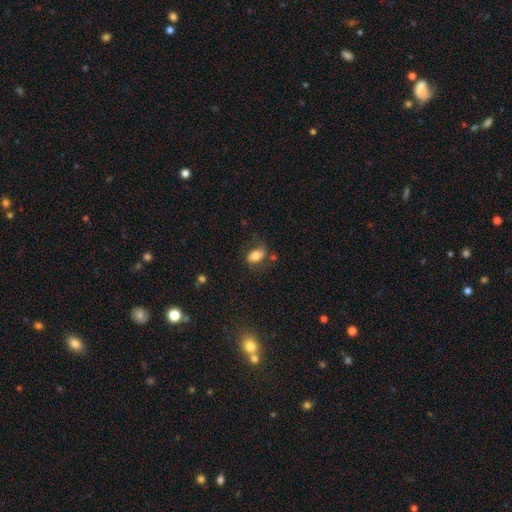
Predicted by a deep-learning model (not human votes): Smooth or featured? Predicted: smooth (p=0.67). How rounded? Predicted: in between (p=0.85). Merging? Predicted: none (p=0.54).